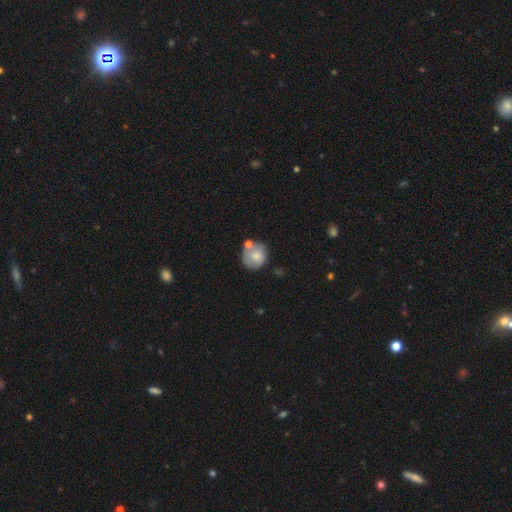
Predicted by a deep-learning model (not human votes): Smooth or featured? smooth (67%)
How rounded? round (81%)
Merging? none (56%)